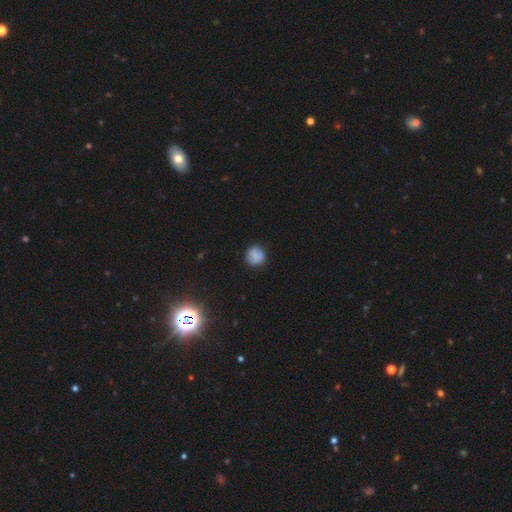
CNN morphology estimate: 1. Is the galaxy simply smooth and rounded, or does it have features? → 82% smooth, 11% star or artifact, 8% featured or disk.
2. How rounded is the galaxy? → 91% round, 8% in between, 1% cigar-shaped.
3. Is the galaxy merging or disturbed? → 85% none, 11% minor disturbance, 3% major disturbance, 1% merger.